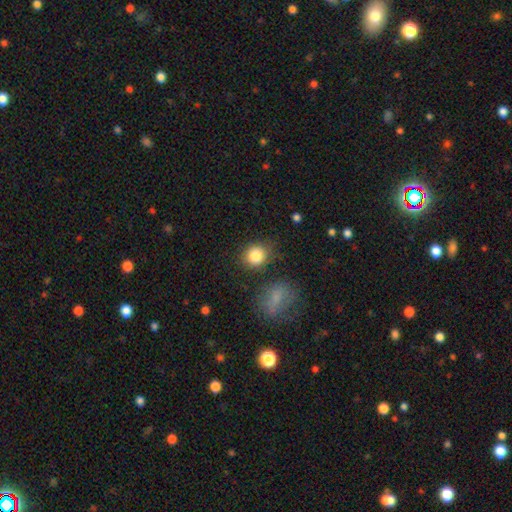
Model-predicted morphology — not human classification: Smooth or featured? Predicted: smooth (p=0.85). How rounded? Predicted: round (p=0.76). Merging? Predicted: none (p=0.77).